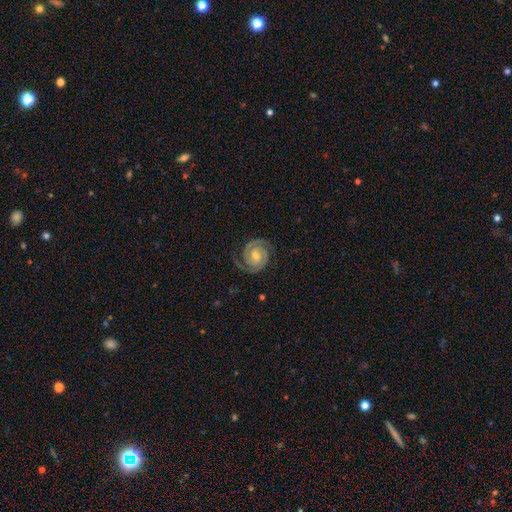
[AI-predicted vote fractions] A featured or disk galaxy (89%) with no bar (61%), 2 (89%) tight (69%) spiral arms (98%) and a moderate central bulge (54%). Merging: none (79%).